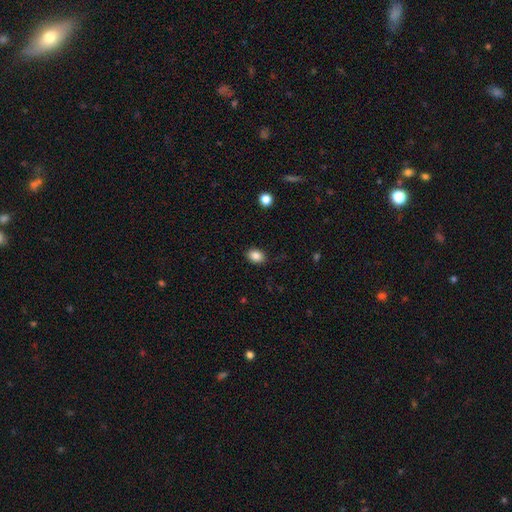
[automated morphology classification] This appears to be a smooth galaxy with no disk features (87%) that is in between round and cigar-shaped (67%). Merging: none (88%).